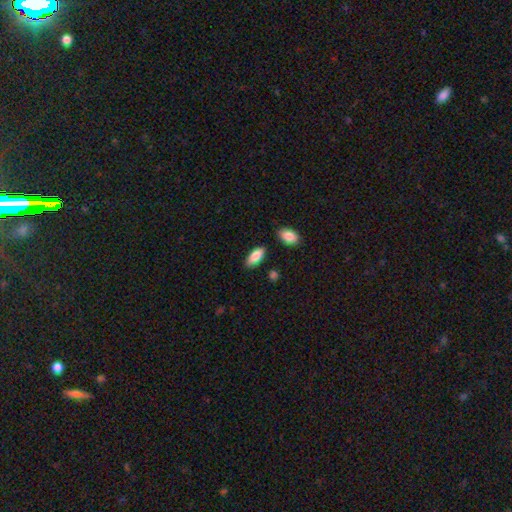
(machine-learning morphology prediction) This is clearly a smooth galaxy (85%). How rounded: clearly in between (85%). Merging: clearly none (83%).